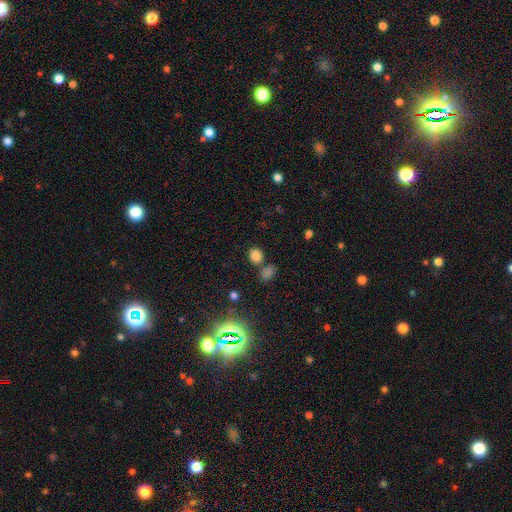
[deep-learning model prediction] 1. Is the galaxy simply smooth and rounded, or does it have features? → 79% smooth, 16% star or artifact, 5% featured or disk.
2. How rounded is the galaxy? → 72% round, 27% in between, 1% cigar-shaped.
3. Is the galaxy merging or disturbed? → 70% none, 17% merger, 10% minor disturbance, 4% major disturbance.